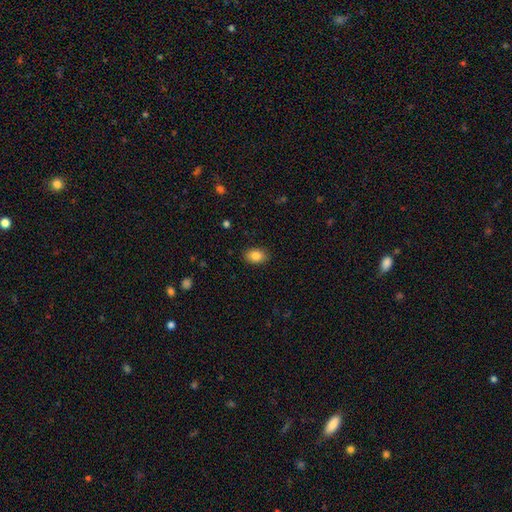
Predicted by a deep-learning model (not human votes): This appears to be a smooth galaxy with no disk features (85%) that is in between round and cigar-shaped (82%). Merging: none (87%).